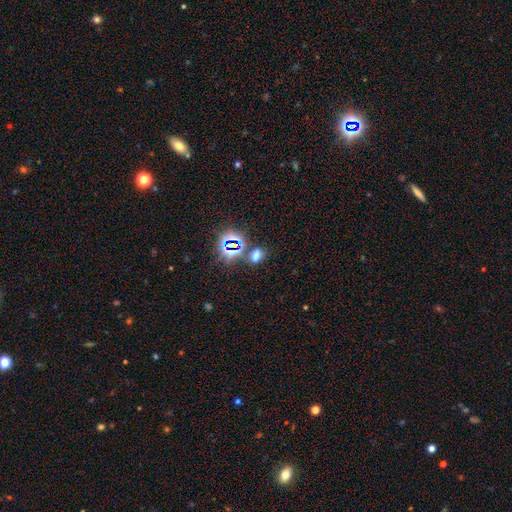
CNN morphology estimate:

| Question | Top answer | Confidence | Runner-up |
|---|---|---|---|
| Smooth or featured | smooth | 51% | star or artifact (42%) |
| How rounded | in between | 73% | round (24%) |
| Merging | none | 68% | merger (15%) |